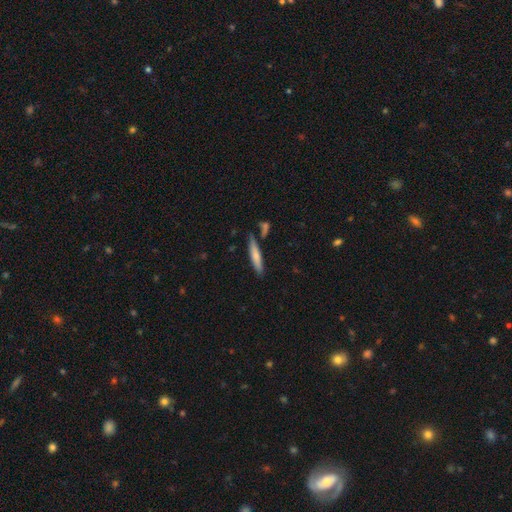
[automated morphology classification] smooth_or_featured: smooth (p=0.70) [alt: featured or disk p=0.24]
how_rounded: cigar-shaped (p=0.86) [alt: in between p=0.12]
merging: none (p=0.76) [alt: minor disturbance p=0.14]